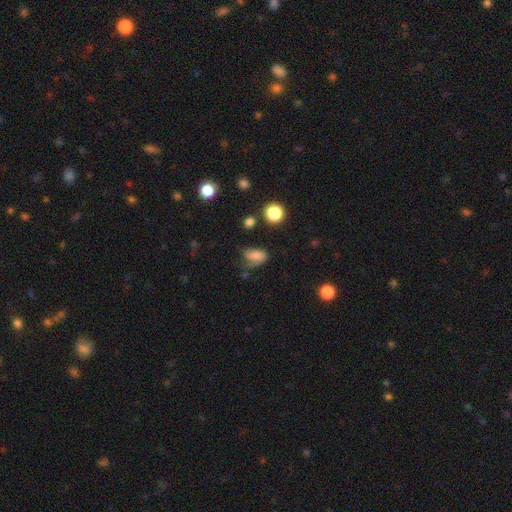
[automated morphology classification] type=smooth (70%); roundness=in between (83%); merging=none (37%).